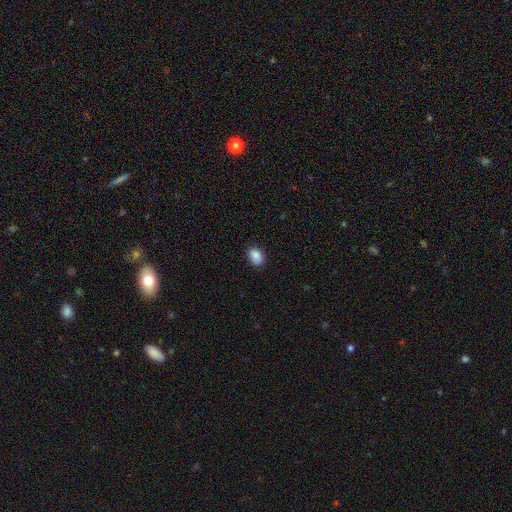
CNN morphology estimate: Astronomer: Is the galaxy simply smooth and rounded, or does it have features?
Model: smooth — 88%.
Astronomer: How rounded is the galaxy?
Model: in between — 74%.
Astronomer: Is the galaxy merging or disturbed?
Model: none — 82%.